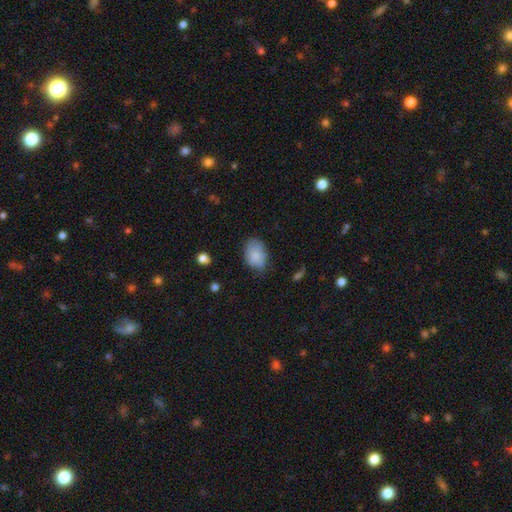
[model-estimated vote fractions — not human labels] Morphology: type=smooth (83%); roundness=in between (82%); merging=none (61%).